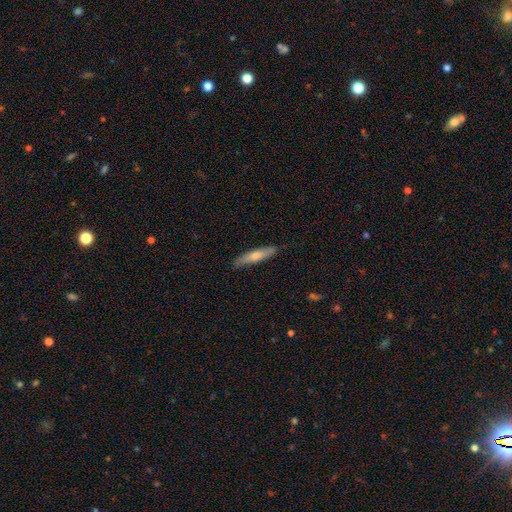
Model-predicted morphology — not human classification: smooth 64%, featured or disk 31%, star or artifact 5%. Down the decision tree: how rounded — cigar-shaped (85%); merging — none (86%).